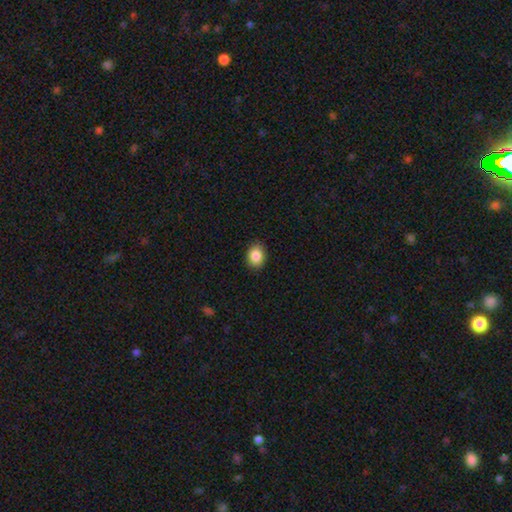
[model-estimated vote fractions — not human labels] Smooth or featured?
  - smooth: 87% *
  - star or artifact: 8%
  - featured or disk: 4%
How rounded?
  - in between: 54% *
  - round: 45%
  - cigar-shaped: 1%
Merging?
  - none: 89% *
  - minor disturbance: 8%
  - major disturbance: 2%
  - merger: 1%